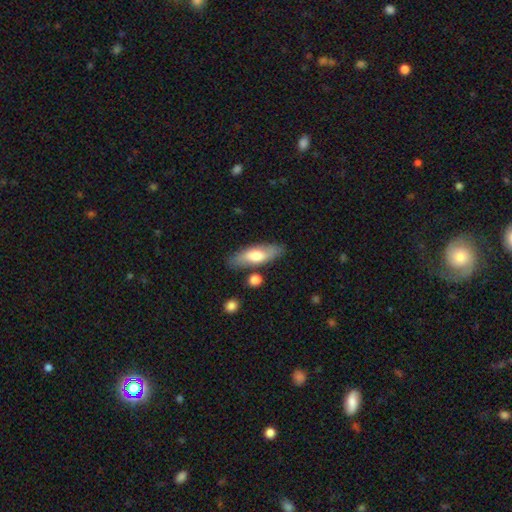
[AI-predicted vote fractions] Morphology: type=smooth (62%); roundness=in between (59%); merging=none (77%).